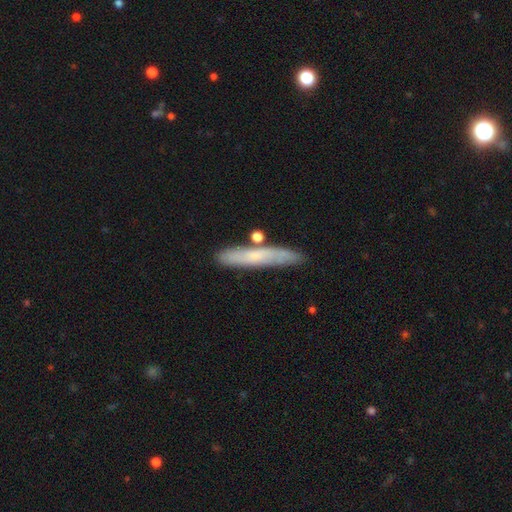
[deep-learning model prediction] This is possibly a smooth galaxy (57%). How rounded: clearly cigar-shaped (91%). Merging: likely none (76%).